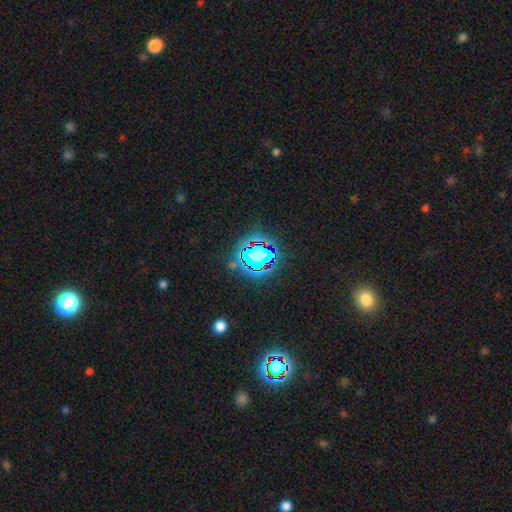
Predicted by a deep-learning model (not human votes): This is likely a star or artifact rather than a galaxy (79%).